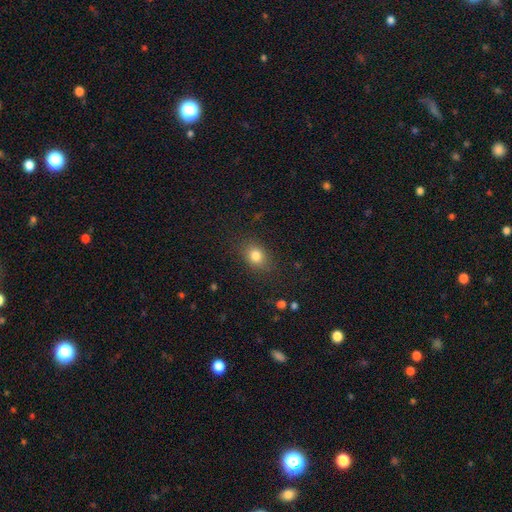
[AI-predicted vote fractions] Smooth or featured? smooth (81%)
How rounded? in between (60%)
Merging? none (83%)